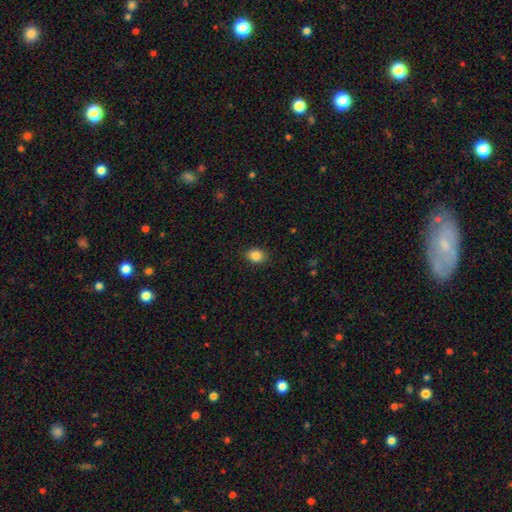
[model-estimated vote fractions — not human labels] Smooth or featured? Predicted: smooth (p=0.86). How rounded? Predicted: in between (p=0.59). Merging? Predicted: none (p=0.88).